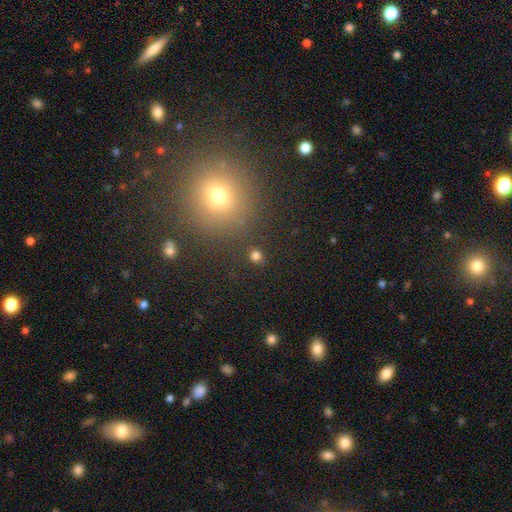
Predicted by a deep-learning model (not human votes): Overall: smooth (77%). How rounded: round (80%). Merging: none (84%).